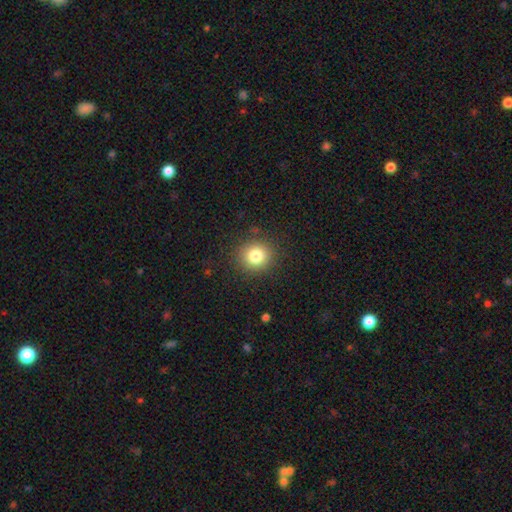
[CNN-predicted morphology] Smooth or featured? Predicted: smooth (p=0.80). How rounded? Predicted: round (p=0.87). Merging? Predicted: none (p=0.88).